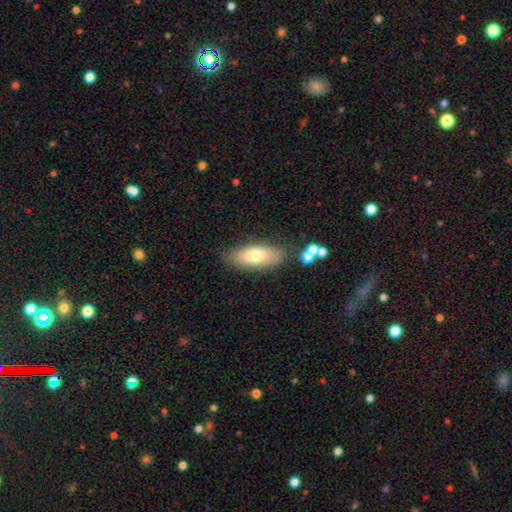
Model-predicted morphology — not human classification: type=smooth (69%); roundness=in between (75%); merging=none (80%).